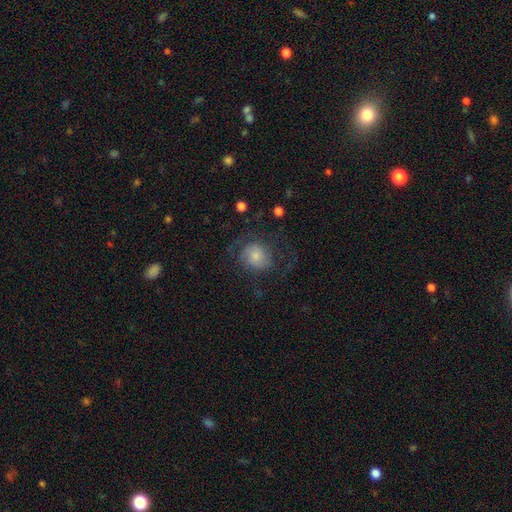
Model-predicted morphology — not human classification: smooth 51%, featured or disk 40%, star or artifact 10%. Down the decision tree: how rounded — round (78%); merging — none (56%).